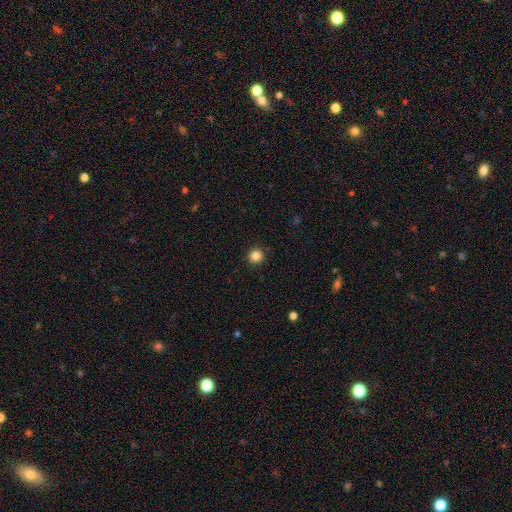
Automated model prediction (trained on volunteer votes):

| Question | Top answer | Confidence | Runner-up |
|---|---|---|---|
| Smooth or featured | smooth | 85% | star or artifact (11%) |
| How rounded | round | 95% | in between (4%) |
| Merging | none | 93% | minor disturbance (5%) |